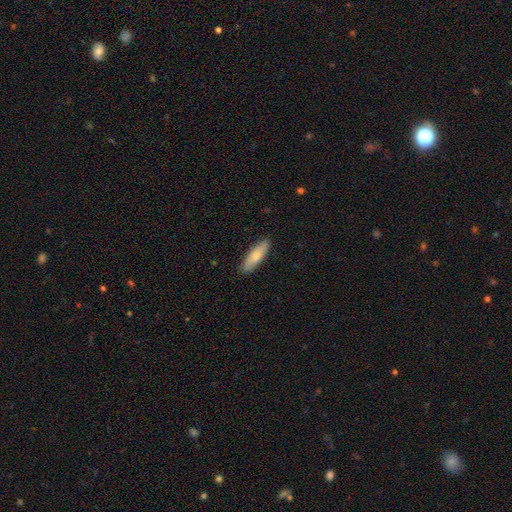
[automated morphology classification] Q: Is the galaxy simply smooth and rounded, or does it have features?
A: smooth — 76%.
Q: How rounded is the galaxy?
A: cigar-shaped — 52%.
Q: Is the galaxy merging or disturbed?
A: none — 88%.